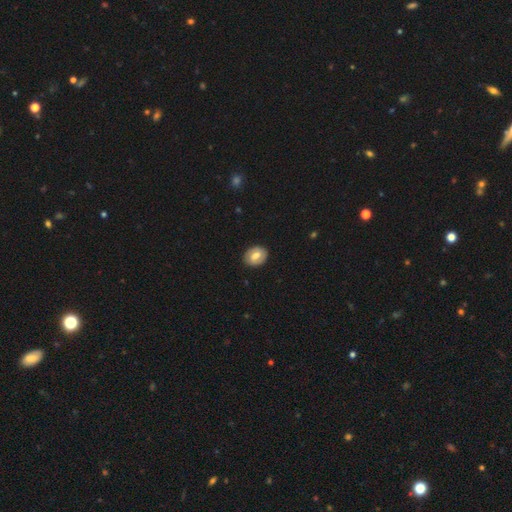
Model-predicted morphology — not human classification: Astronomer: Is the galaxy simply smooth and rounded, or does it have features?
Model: smooth — 65%.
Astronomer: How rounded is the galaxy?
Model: round — 53% (runner-up: in between, 46%).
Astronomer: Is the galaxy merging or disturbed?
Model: none — 88%.